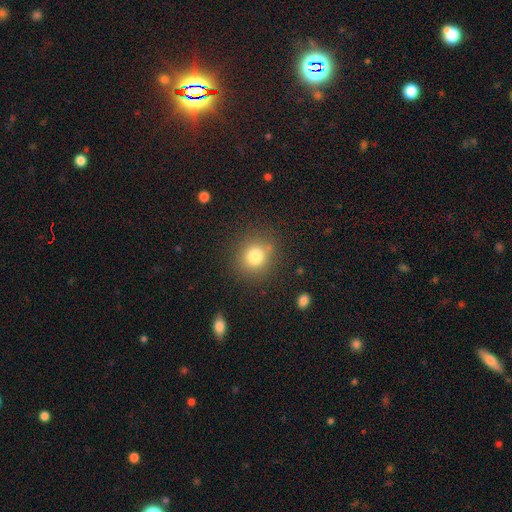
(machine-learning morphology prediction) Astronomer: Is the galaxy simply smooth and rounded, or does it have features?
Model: smooth — 79%.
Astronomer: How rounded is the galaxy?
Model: round — 85%.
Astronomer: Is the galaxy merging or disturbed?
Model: none — 86%.